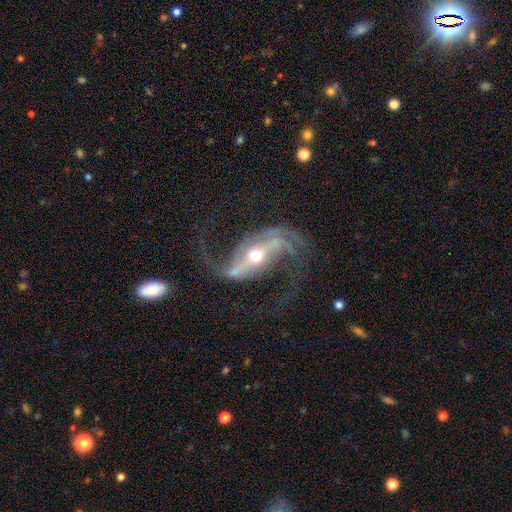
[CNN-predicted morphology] smooth-or-featured: featured or disk: 90% | star or artifact: 5% | smooth: 5%
  disk-edge-on: no: 94% | yes: 6%
    bar: strong: 51% | weak: 25% | no: 23%
    has-spiral-arms: yes: 96% | no: 4%
      spiral-winding: loose: 67% | medium: 25% | tight: 7%
      spiral-arm-count: 2: 88% | 3: 3% | can't tell: 3% | 1: 2% | 4: 2% | more than 4: 2%
    bulge-size: moderate: 64% | small: 28% | large: 5% | dominant: 1% | none: 1%
  merging: none: 59% | major disturbance: 21% | minor disturbance: 16% | merger: 4%